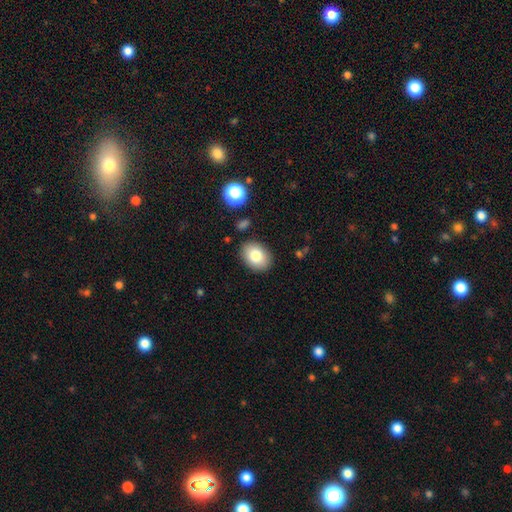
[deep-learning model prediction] smooth 81%, featured or disk 10%, star or artifact 9%. Down the decision tree: how rounded — in between (69%); merging — none (85%).